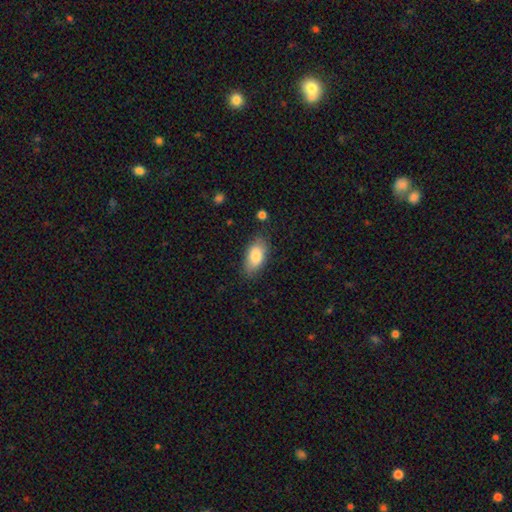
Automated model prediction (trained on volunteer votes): smooth_or_featured: smooth (p=0.83) [alt: featured or disk p=0.10]
how_rounded: in between (p=0.91) [alt: cigar-shaped p=0.05]
merging: none (p=0.79) [alt: minor disturbance p=0.16]